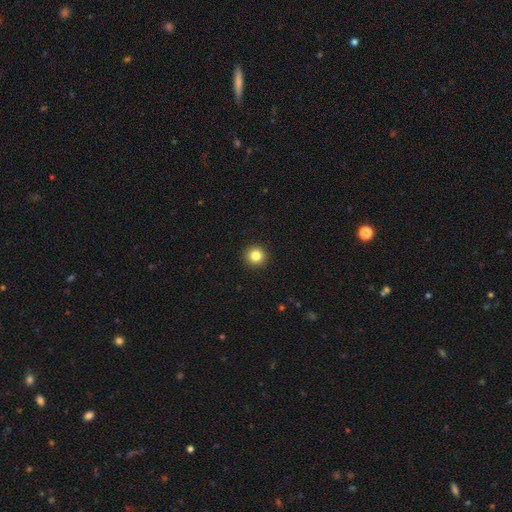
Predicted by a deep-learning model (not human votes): A smooth galaxy with no disk features (83%) that is round (95%).

Vote fractions:
- Smooth or featured? smooth: 83% / star or artifact: 11% / featured or disk: 6%
- How rounded? round: 95% / in between: 4% / cigar-shaped: 1%
- Merging? none: 94% / minor disturbance: 4% / major disturbance: 1% / merger: 1%